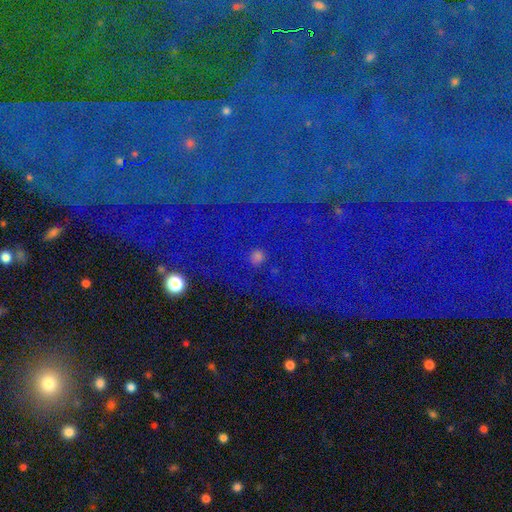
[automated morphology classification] A star or artifact, not a galaxy (85%).